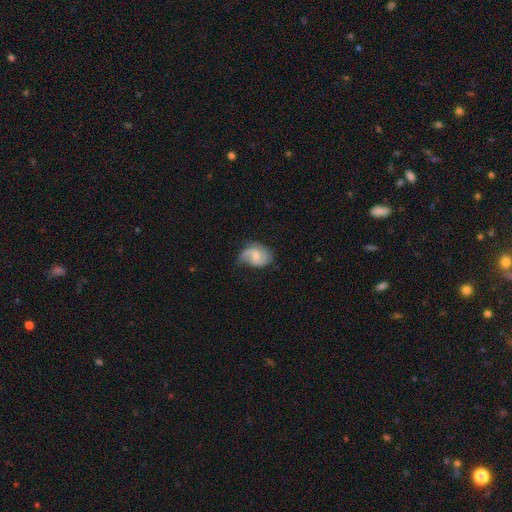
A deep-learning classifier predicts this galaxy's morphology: type=featured or disk (74%); edge-on=no (98%); bar=weak (53%); spiral arms=yes (94%); winding=medium (45%); arm count=2 (78%); bulge=small (49%); merging=none (57%).